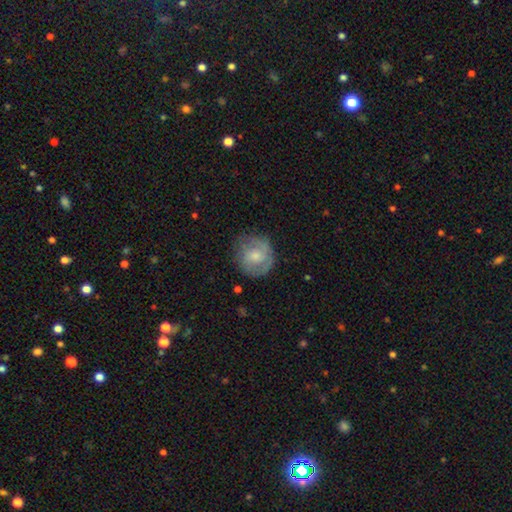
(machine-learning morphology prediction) Smooth or featured? smooth (50%)
Merging? none (71%)